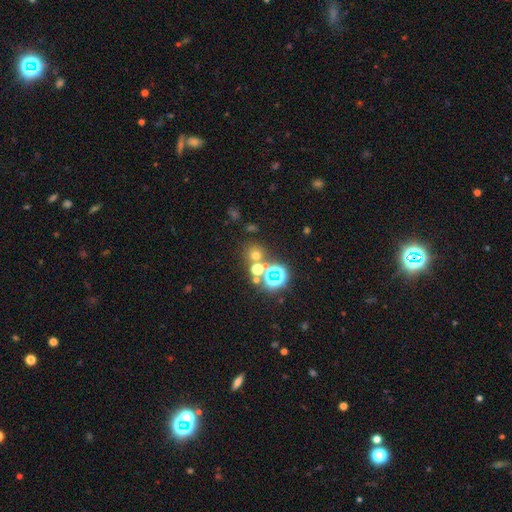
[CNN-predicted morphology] A smooth galaxy with no disk features (57%) that is round (87%).

Vote fractions:
- Smooth or featured? smooth: 57% / star or artifact: 35% / featured or disk: 9%
- How rounded? round: 87% / in between: 11% / cigar-shaped: 1%
- Merging? none: 68% / merger: 21% / minor disturbance: 7% / major disturbance: 4%